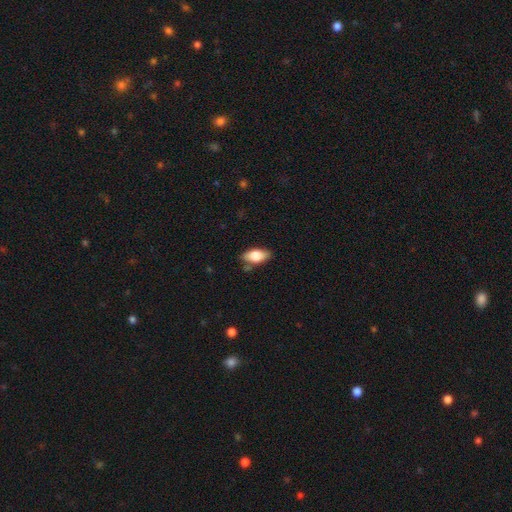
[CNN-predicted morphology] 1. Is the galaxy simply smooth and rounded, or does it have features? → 79% smooth, 15% featured or disk, 7% star or artifact.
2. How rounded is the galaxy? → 89% in between, 8% cigar-shaped, 3% round.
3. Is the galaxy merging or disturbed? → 77% none, 16% minor disturbance, 4% merger, 3% major disturbance.